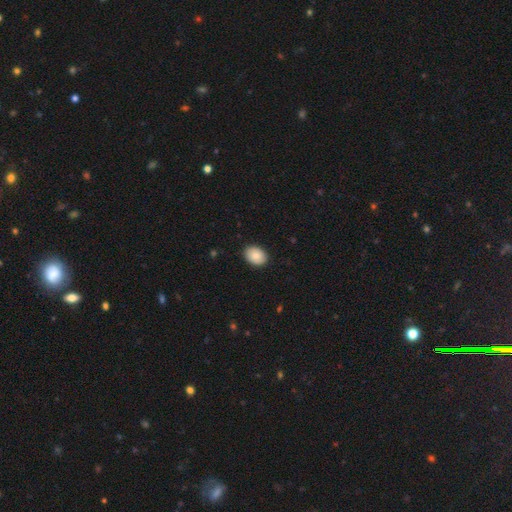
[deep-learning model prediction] smooth-or-featured: smooth: 83% | featured or disk: 10% | star or artifact: 7%
  how-rounded: in between: 70% | round: 29% | cigar-shaped: 1%
  merging: none: 88% | minor disturbance: 9% | major disturbance: 2% | merger: 1%